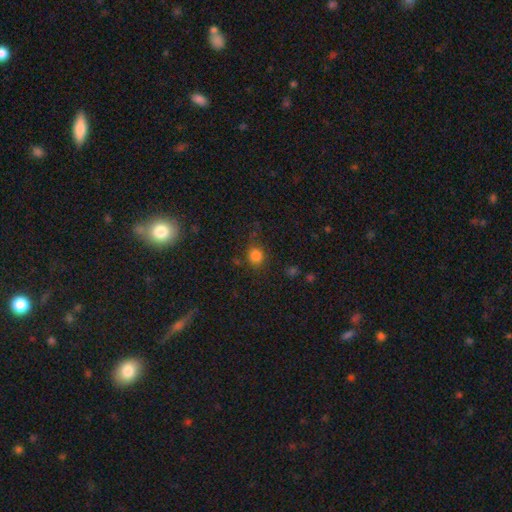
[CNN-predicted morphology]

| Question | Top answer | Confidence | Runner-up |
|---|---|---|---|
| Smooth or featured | smooth | 81% | star or artifact (14%) |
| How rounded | round | 81% | in between (18%) |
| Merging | none | 76% | minor disturbance (15%) |